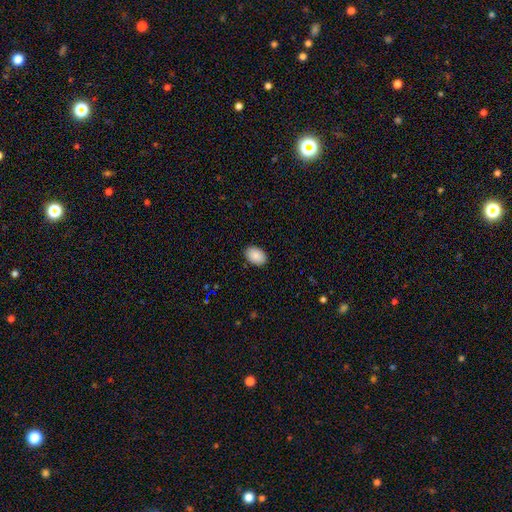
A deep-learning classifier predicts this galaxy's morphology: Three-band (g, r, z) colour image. It shows a smooth galaxy with no disk features (89%) that is in between round and cigar-shaped (87%). Merging: none (89%).